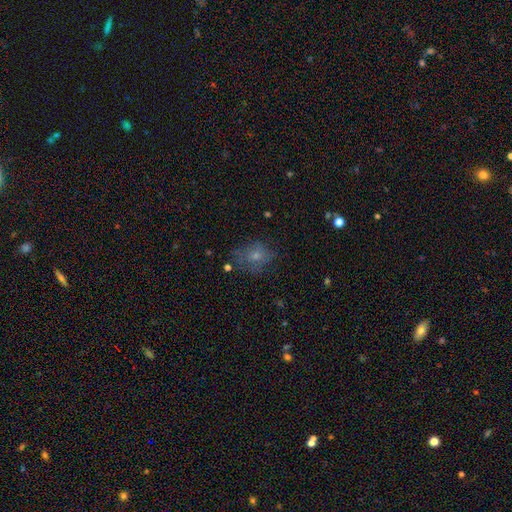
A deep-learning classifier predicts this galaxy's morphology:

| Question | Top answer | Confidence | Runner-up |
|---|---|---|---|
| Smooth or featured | smooth | 58% | featured or disk (26%) |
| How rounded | round | 63% | in between (35%) |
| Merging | none | 60% | minor disturbance (24%) |